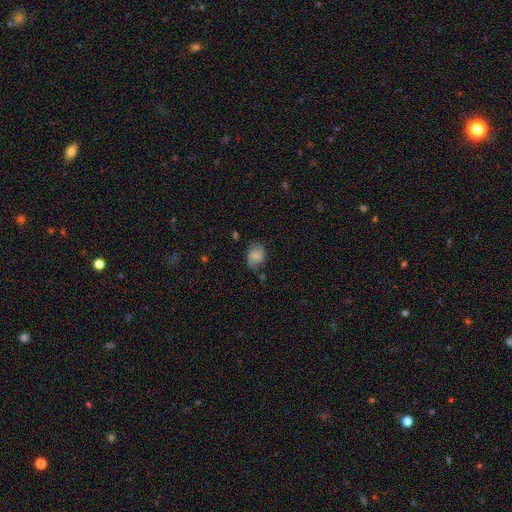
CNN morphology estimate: type=smooth (54%); roundness=in between (62%); merging=none (62%).